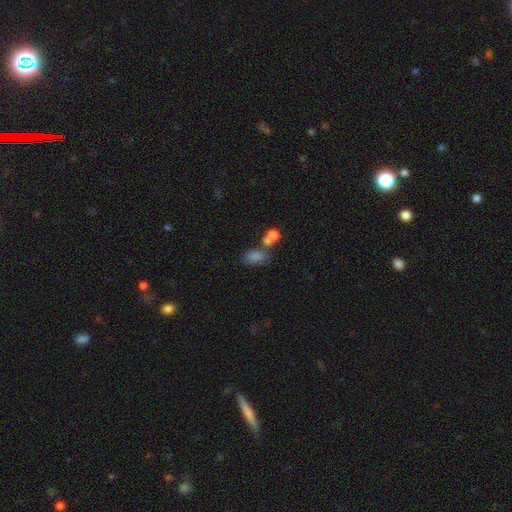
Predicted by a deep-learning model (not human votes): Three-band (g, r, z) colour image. It shows a smooth galaxy with no disk features (68%) that is in between round and cigar-shaped (80%). Merging: none (54%).